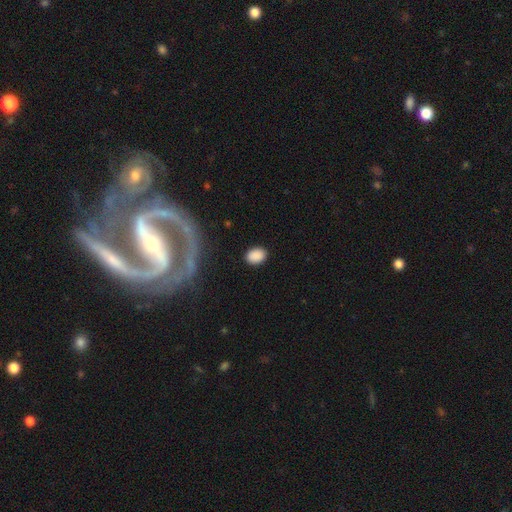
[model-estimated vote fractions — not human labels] Q: Smooth or featured?
A: smooth (89%); runner-up: star or artifact (8%)
Q: How rounded?
A: in between (75%); runner-up: round (24%)
Q: Merging?
A: none (85%); runner-up: minor disturbance (11%)